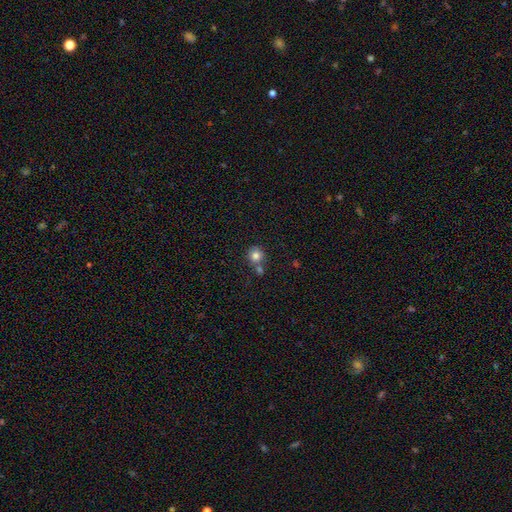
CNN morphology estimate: This appears to be a smooth galaxy with no disk features (81%) that is round (91%). Merging: none (62%).